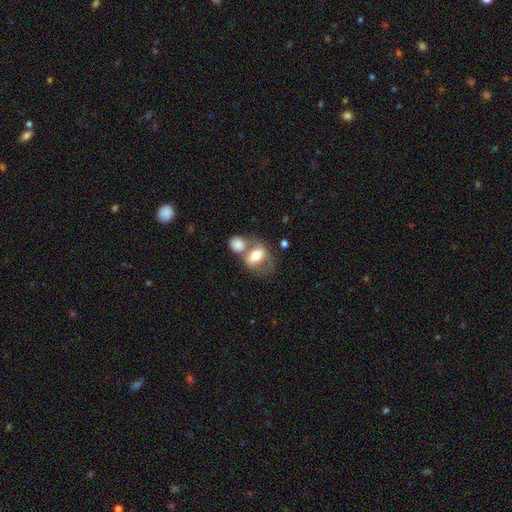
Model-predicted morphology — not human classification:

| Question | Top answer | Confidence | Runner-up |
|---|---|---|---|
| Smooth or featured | smooth | 62% | featured or disk (31%) |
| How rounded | in between | 69% | round (29%) |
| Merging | merger | 50% | none (29%) |